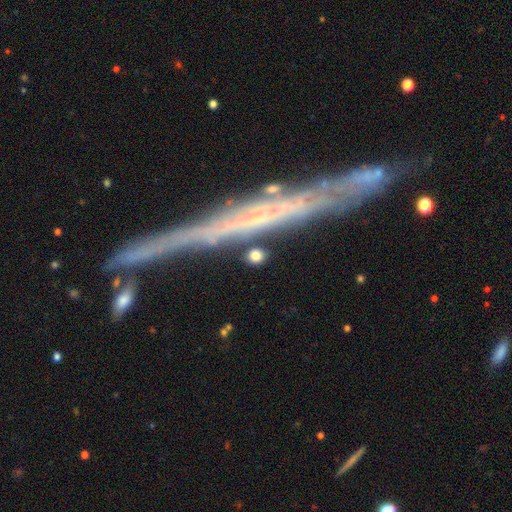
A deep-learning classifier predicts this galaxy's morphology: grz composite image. It shows a smooth galaxy with no disk features (77%) that is round (66%). Merging: none (84%).